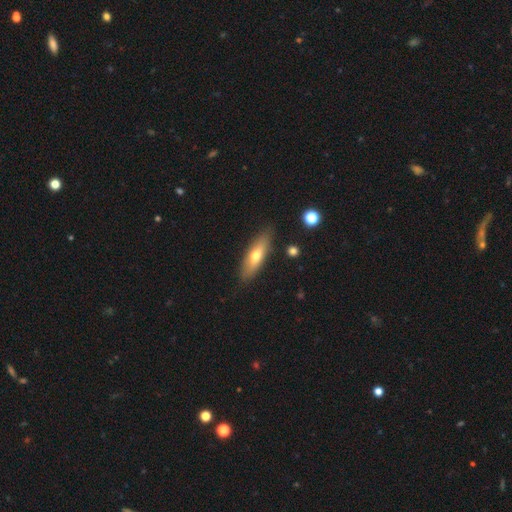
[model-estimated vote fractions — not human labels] Overall: smooth (61%; featured or disk 33%). How rounded: cigar-shaped (53%; in between 45%). Merging: none (84%).